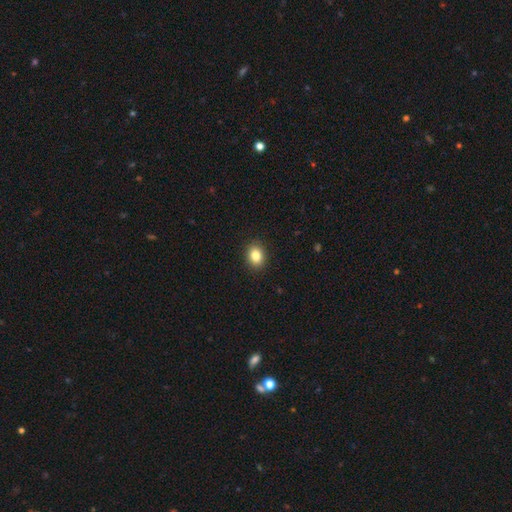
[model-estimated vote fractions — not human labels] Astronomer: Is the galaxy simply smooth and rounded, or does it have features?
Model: smooth — 83%.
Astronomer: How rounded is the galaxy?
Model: in between — 50% (runner-up: round, 49%).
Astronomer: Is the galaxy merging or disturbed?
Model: none — 91%.